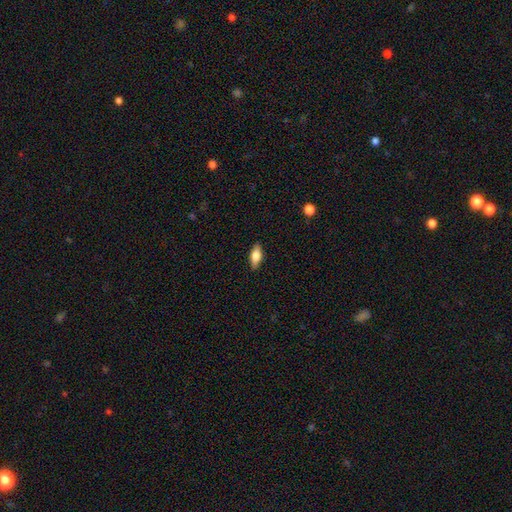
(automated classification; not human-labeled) smooth_or_featured: smooth (p=0.68) [alt: featured or disk p=0.25]
how_rounded: in between (p=0.76) [alt: cigar-shaped p=0.21]
merging: none (p=0.87) [alt: minor disturbance p=0.10]